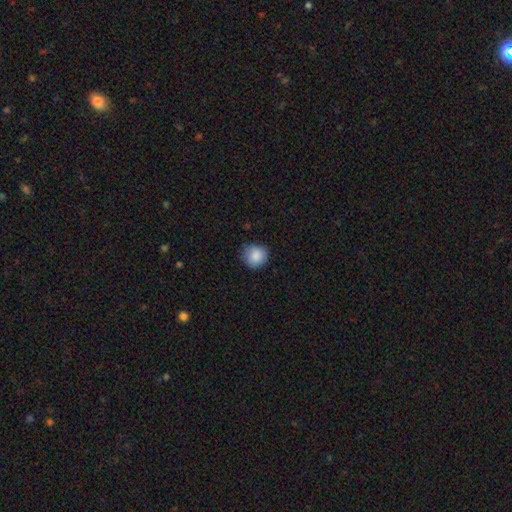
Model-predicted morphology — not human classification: Smooth or featured?
  - smooth: 88% *
  - star or artifact: 8%
  - featured or disk: 5%
How rounded?
  - round: 89% *
  - in between: 10%
  - cigar-shaped: 1%
Merging?
  - none: 83% *
  - minor disturbance: 13%
  - major disturbance: 3%
  - merger: 1%